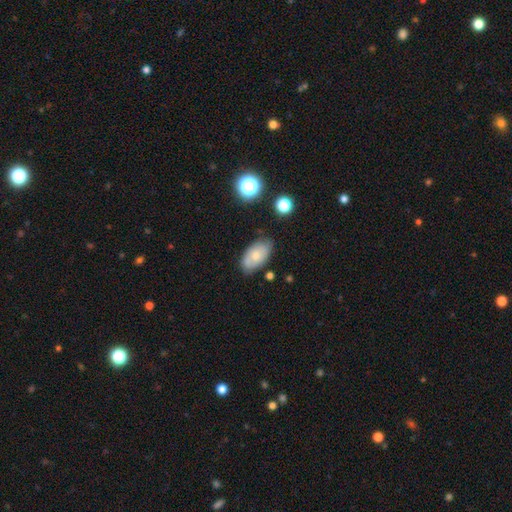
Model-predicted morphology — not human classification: Q: Smooth or featured?
A: smooth (67%); runner-up: featured or disk (25%)
Q: How rounded?
A: in between (93%); runner-up: round (5%)
Q: Merging?
A: none (71%); runner-up: minor disturbance (21%)